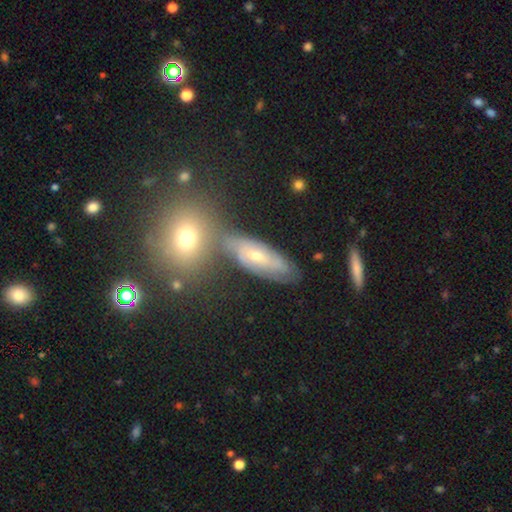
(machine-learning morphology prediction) smooth-or-featured: featured or disk: 60% | smooth: 28% | star or artifact: 12%
  disk-edge-on: no: 83% | yes: 17%
    bar: no: 58% | weak: 32% | strong: 9%
    has-spiral-arms: yes: 79% | no: 21%
    bulge-size: small: 56% | moderate: 40% | large: 2% | none: 1% | dominant: 1%
  merging: none: 63% | minor disturbance: 17% | merger: 14% | major disturbance: 6%